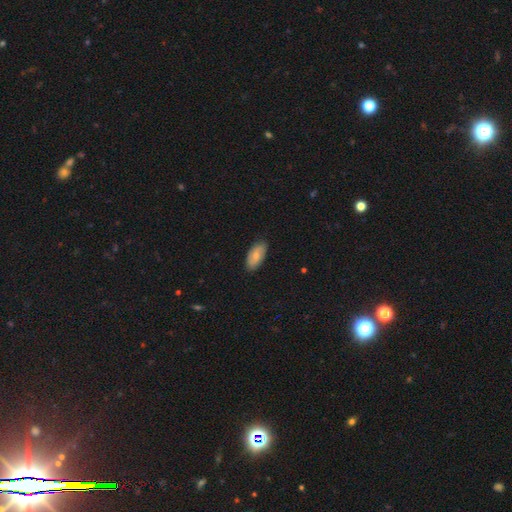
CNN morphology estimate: Q: Smooth or featured?
A: smooth (68%); runner-up: featured or disk (26%)
Q: How rounded?
A: in between (92%); runner-up: cigar-shaped (6%)
Q: Merging?
A: none (85%); runner-up: minor disturbance (12%)